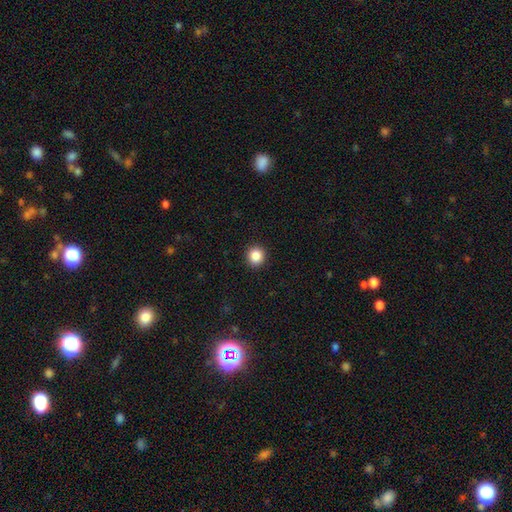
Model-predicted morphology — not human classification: The model was most divided on "smooth or featured": smooth: 86%, star or artifact: 10%, featured or disk: 4%. More confident: merging — none (93%); how rounded — round (92%).